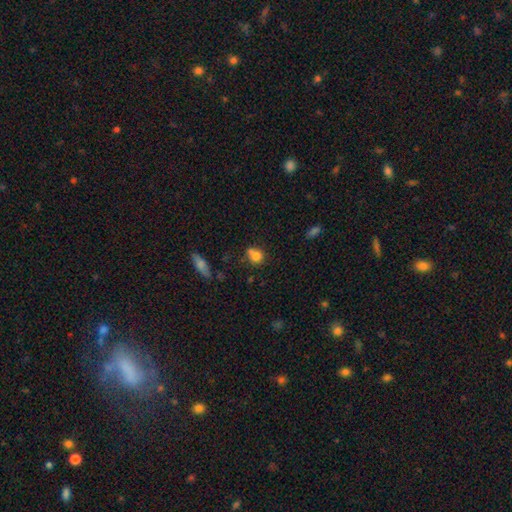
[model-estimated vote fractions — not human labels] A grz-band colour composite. It shows a smooth galaxy with no disk features (76%) that is round (66%). Merging: none (44%).